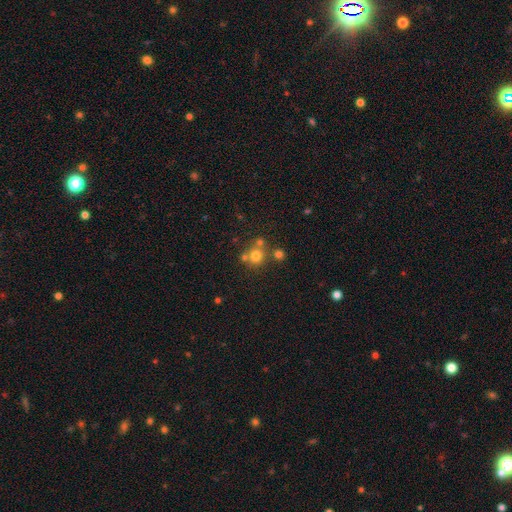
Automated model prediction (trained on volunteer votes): Smooth or featured?
  - smooth: 71% *
  - star or artifact: 18%
  - featured or disk: 11%
How rounded?
  - round: 88% *
  - in between: 11%
  - cigar-shaped: 1%
Merging?
  - none: 62% *
  - merger: 26%
  - minor disturbance: 9%
  - major disturbance: 4%